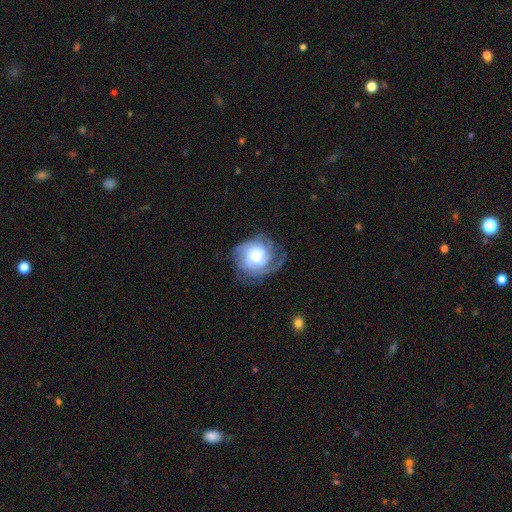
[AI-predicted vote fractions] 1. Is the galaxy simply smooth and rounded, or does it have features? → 80% featured or disk, 14% smooth, 6% star or artifact.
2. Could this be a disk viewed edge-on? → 98% no, 2% yes.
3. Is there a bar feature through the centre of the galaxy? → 61% no, 32% weak, 7% strong.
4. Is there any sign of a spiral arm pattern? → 95% yes, 5% no.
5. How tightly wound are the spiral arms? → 58% tight, 32% medium, 9% loose.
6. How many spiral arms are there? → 30% can't tell, 27% 3, 22% 2, 10% 4, 6% 1, 5% more than 4.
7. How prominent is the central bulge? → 57% moderate, 29% small, 12% large, 1% none, 1% dominant.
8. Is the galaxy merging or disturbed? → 69% none, 18% minor disturbance, 11% major disturbance, 1% merger.